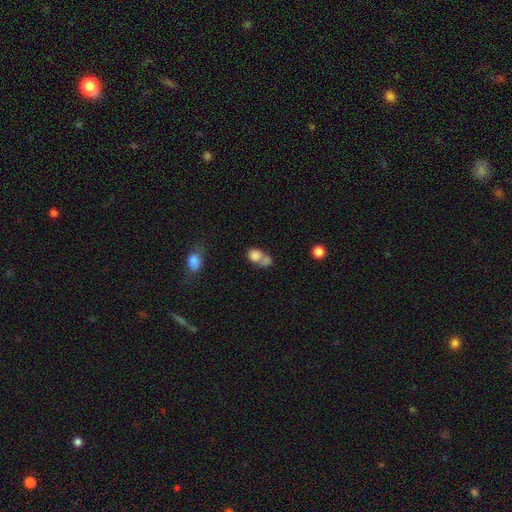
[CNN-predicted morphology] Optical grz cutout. It shows a smooth galaxy with no disk features (77%) that is round (51%). Merging: merger (62%).